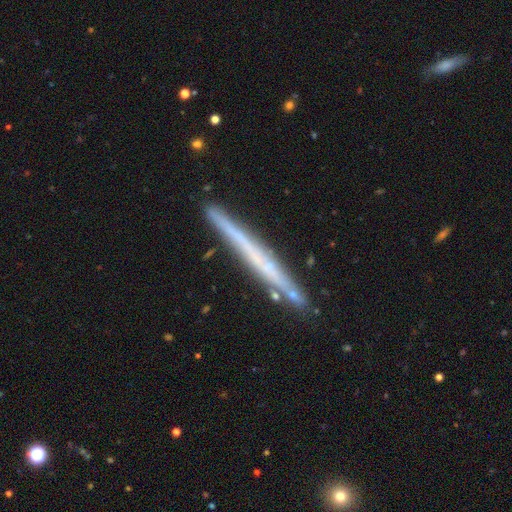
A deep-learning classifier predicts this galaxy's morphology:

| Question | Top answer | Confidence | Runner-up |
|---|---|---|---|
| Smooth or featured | featured or disk | 64% | smooth (29%) |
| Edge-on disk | yes | 97% | no (3%) |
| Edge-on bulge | none | 85% | rounded (10%) |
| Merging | none | 86% | minor disturbance (10%) |